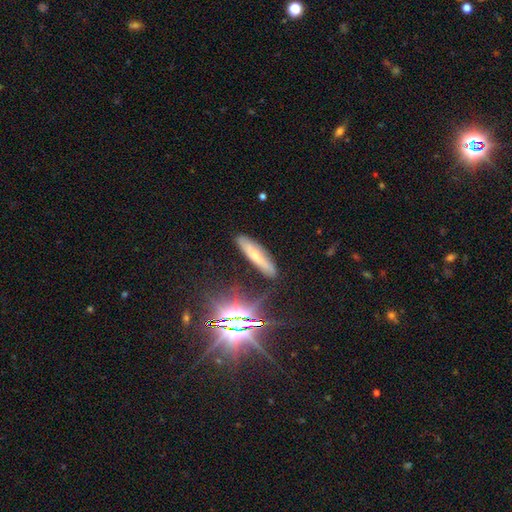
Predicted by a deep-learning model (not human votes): smooth 50%, featured or disk 33%, star or artifact 17%. Down the decision tree: how rounded — cigar-shaped (79%); merging — none (81%).